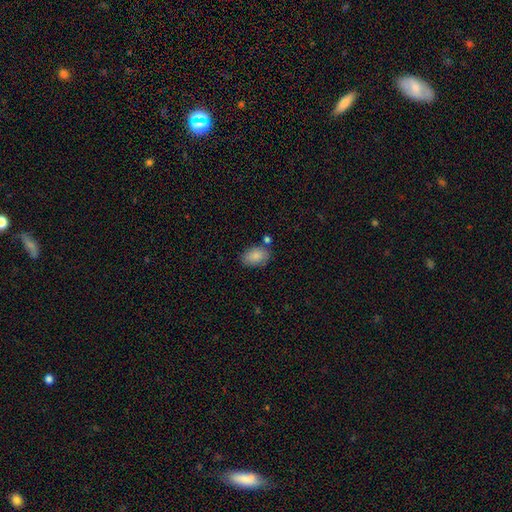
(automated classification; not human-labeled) This is clearly a smooth galaxy (85%). How rounded: clearly in between (89%). Merging: likely none (75%).